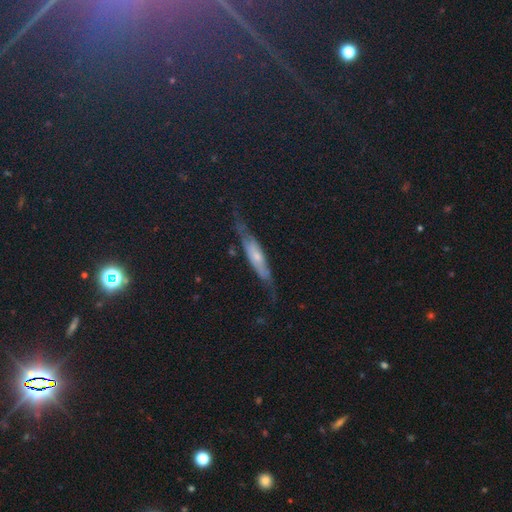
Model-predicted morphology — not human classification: Q: Smooth or featured?
A: featured or disk (50%); runner-up: smooth (30%)
Q: Edge-on disk?
A: yes (61%); runner-up: no (39%)
Q: Merging?
A: none (66%); runner-up: minor disturbance (23%)